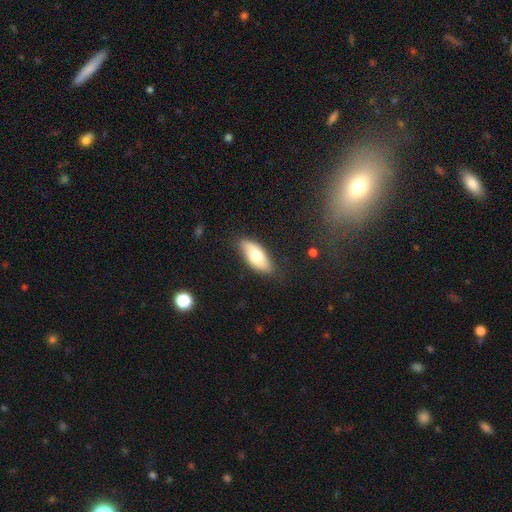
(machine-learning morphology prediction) smooth 69%, featured or disk 25%, star or artifact 6%. Down the decision tree: how rounded — in between (85%); merging — none (80%).